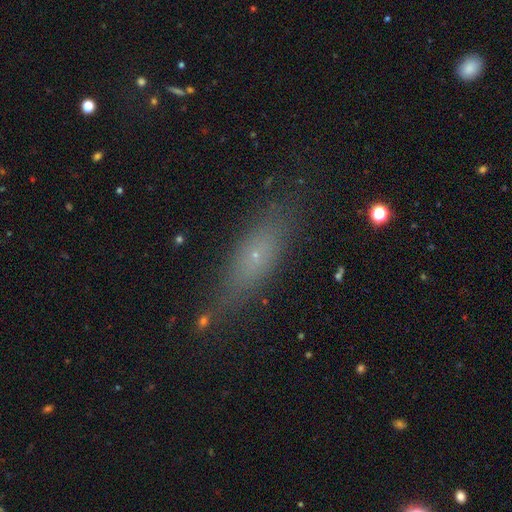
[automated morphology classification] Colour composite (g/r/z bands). It shows a smooth galaxy with no disk features (56%) that is cigar-shaped (62%). Merging: none (79%).